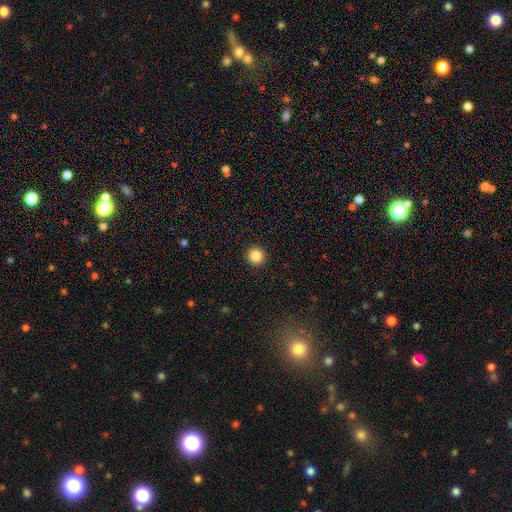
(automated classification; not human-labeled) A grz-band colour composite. It shows a smooth galaxy with no disk features (86%) that is round (95%). Merging: none (93%).